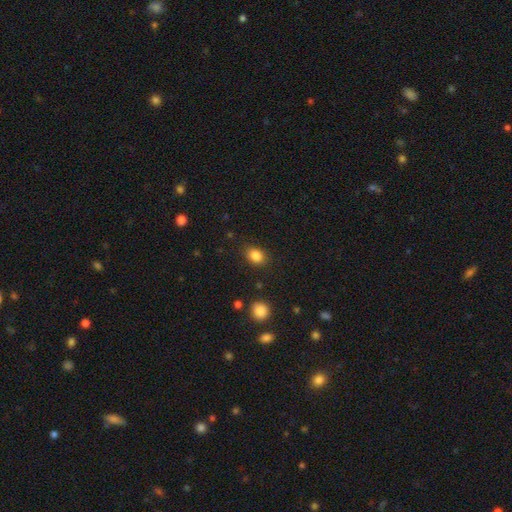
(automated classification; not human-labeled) Morphology: type=smooth (86%); roundness=in between (63%); merging=none (84%).